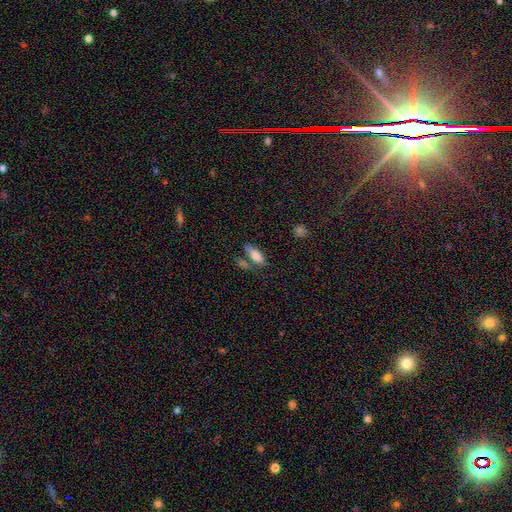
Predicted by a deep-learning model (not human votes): The model was most divided on "how rounded": in between: 66%, cigar-shaped: 31%, round: 3%. More confident: smooth or featured — smooth (80%); merging — none (60%).